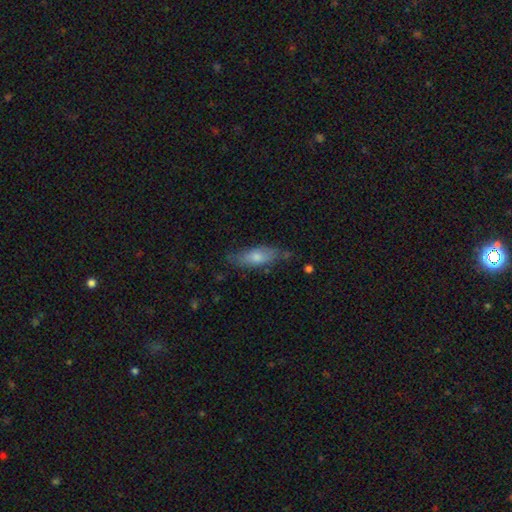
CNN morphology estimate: A smooth galaxy with no disk features (64%) that is in between round and cigar-shaped (61%).

Vote fractions:
- Smooth or featured? smooth: 64% / featured or disk: 29% / star or artifact: 8%
- How rounded? in between: 61% / cigar-shaped: 37% / round: 3%
- Merging? none: 69% / minor disturbance: 23% / major disturbance: 5% / merger: 3%